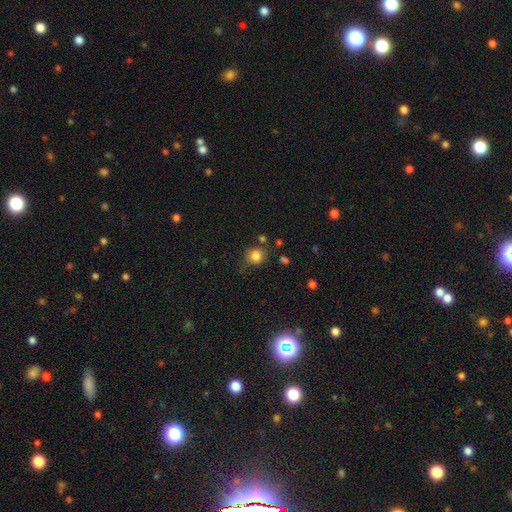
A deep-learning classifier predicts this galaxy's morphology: Smooth or featured: smooth — 83% (star or artifact — 12%)
How rounded: round — 85% (in between — 14%)
Merging: none — 74% (minor disturbance — 15%)